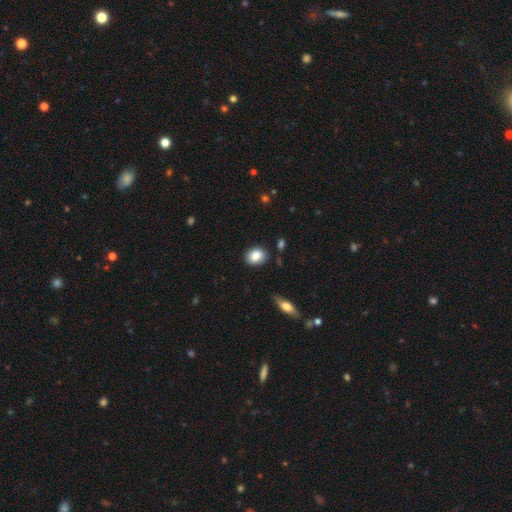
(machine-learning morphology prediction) smooth 85%, star or artifact 8%, featured or disk 7%. Down the decision tree: how rounded — round (51%); merging — none (86%).